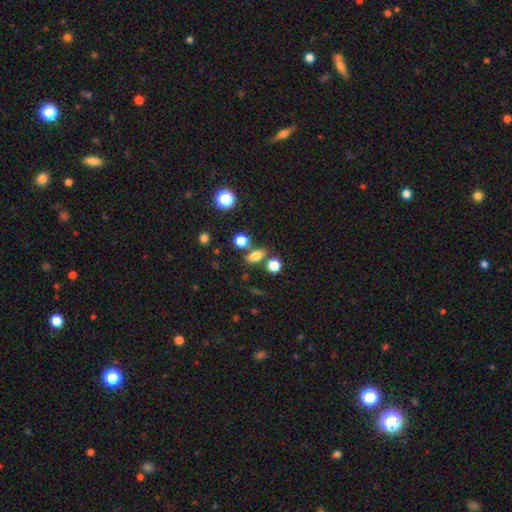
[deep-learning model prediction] This is likely a smooth galaxy (74%). How rounded: likely in between (72%). Merging: likely none (71%).